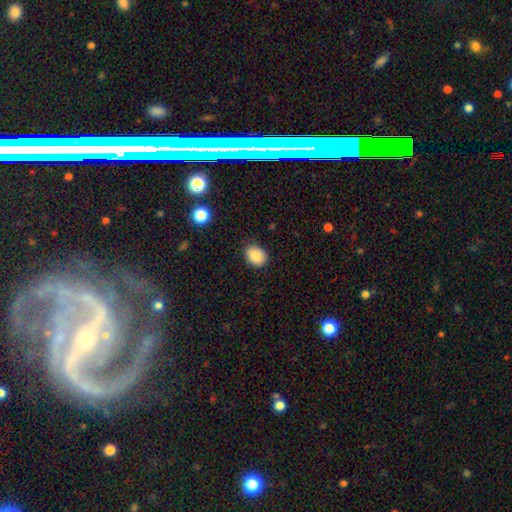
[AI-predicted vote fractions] Smooth or featured: smooth — 88% (star or artifact — 8%)
How rounded: in between — 66% (round — 33%)
Merging: none — 86% (minor disturbance — 10%)